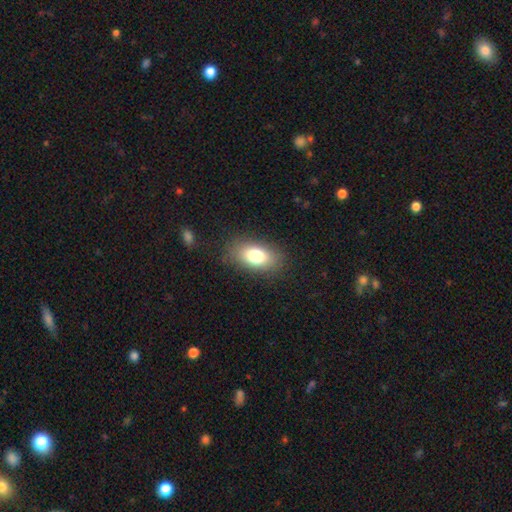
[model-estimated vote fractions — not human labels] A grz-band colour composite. It shows a smooth galaxy with no disk features (79%) that is in between round and cigar-shaped (89%). Merging: none (82%).